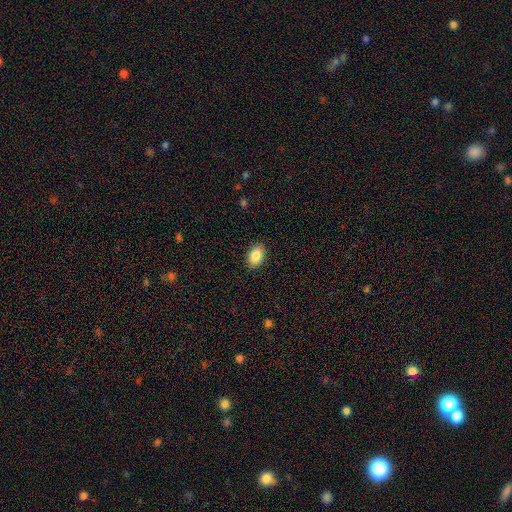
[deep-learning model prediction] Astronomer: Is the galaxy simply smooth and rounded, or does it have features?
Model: smooth — 87%.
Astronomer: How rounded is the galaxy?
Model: in between — 88%.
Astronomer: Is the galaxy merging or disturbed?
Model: none — 89%.